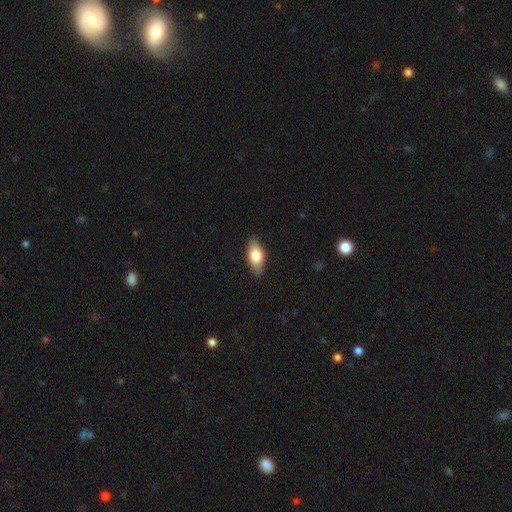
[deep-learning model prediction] A smooth galaxy with no disk features (72%) that is in between round and cigar-shaped (85%).

Vote fractions:
- Smooth or featured? smooth: 72% / featured or disk: 22% / star or artifact: 6%
- How rounded? in between: 85% / cigar-shaped: 11% / round: 4%
- Merging? none: 86% / minor disturbance: 11% / major disturbance: 2% / merger: 1%